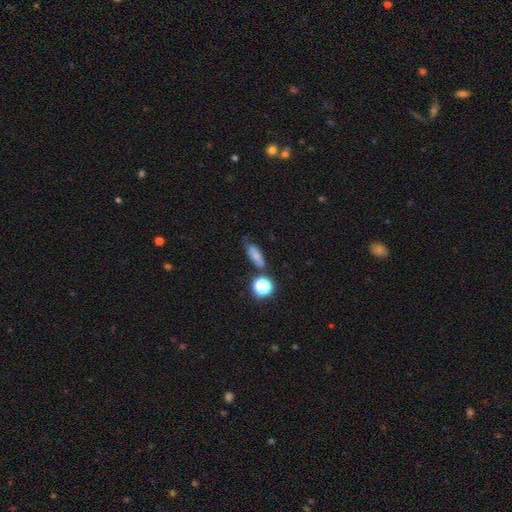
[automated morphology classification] Smooth or featured?
  - smooth: 67% *
  - featured or disk: 17%
  - star or artifact: 16%
How rounded?
  - in between: 58% *
  - cigar-shaped: 30%
  - round: 13%
Merging?
  - none: 60% *
  - minor disturbance: 24%
  - major disturbance: 8%
  - merger: 8%